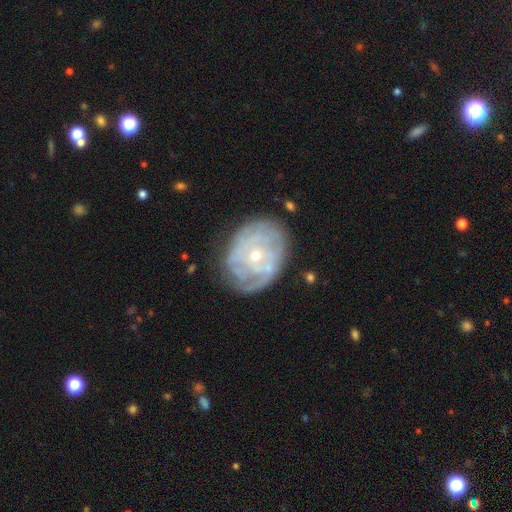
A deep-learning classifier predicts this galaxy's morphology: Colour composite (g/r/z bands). It shows a featured or disk galaxy (76%) with no bar (81%), tight (71%) spiral arms (75%) and a small central bulge (63%). Merging: none (69%).